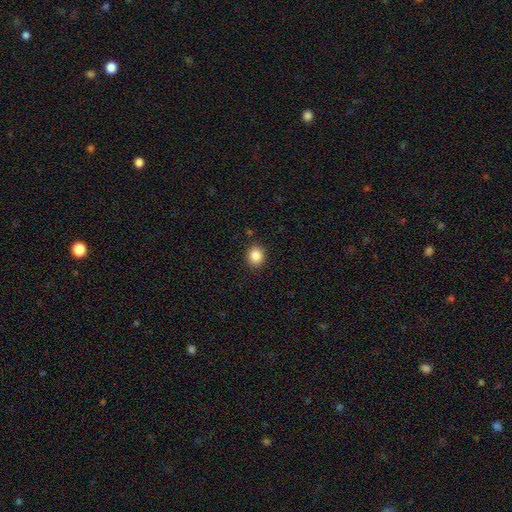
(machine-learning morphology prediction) Smooth or featured: smooth — 86% (star or artifact — 10%)
How rounded: round — 72% (in between — 28%)
Merging: none — 90% (minor disturbance — 7%)